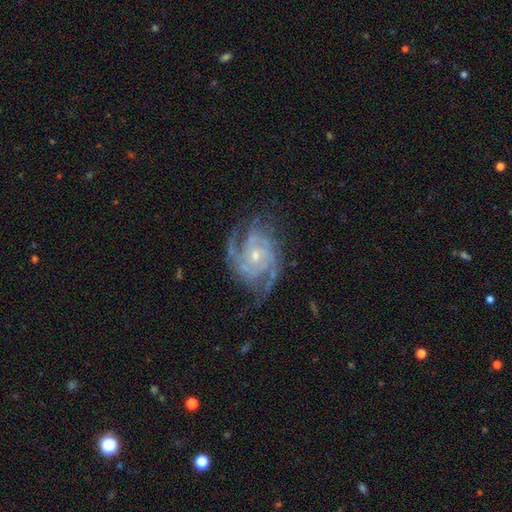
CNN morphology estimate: A featured or disk galaxy (90%) with no bar (68%), 2 (40%) tight (47%) spiral arms (97%) and a small central bulge (64%).

Vote fractions:
- Smooth or featured? featured or disk: 90% / star or artifact: 5% / smooth: 4%
- Edge-on disk? no: 98% / yes: 2%
- Bar? no: 68% / weak: 26% / strong: 6%
- Spiral arms? yes: 97% / no: 3%
- Spiral winding? tight: 47% / medium: 43% / loose: 10%
- Spiral arm count? 2: 40% / 3: 24% / can't tell: 16% / 4: 9% / more than 4: 6% / 1: 6%
- Bulge size? small: 64% / moderate: 33% / none: 2% / large: 1% / dominant: 1%
- Merging? none: 68% / minor disturbance: 19% / major disturbance: 11% / merger: 2%